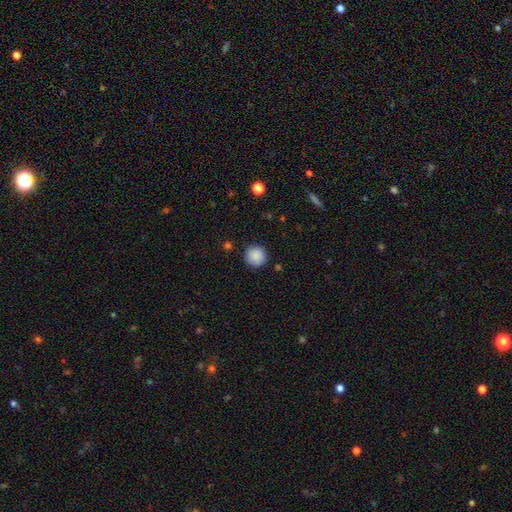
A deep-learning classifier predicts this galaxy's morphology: Smooth or featured? smooth (89%)
How rounded? round (95%)
Merging? none (89%)